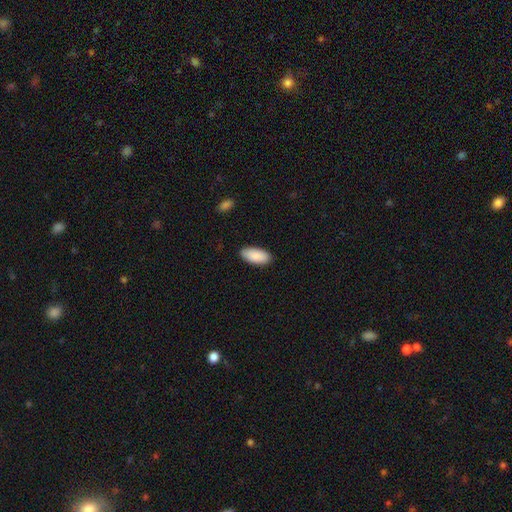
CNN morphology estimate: Smooth or featured?
  - smooth: 91% *
  - star or artifact: 5%
  - featured or disk: 4%
How rounded?
  - in between: 92% *
  - cigar-shaped: 7%
  - round: 2%
Merging?
  - none: 89% *
  - minor disturbance: 9%
  - major disturbance: 2%
  - merger: 1%